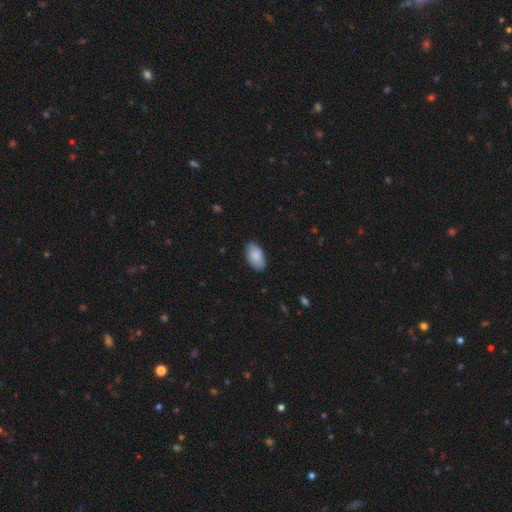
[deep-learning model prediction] smooth_or_featured: smooth (p=0.87) [alt: featured or disk p=0.07]
how_rounded: in between (p=0.95) [alt: round p=0.03]
merging: none (p=0.82) [alt: minor disturbance p=0.15]